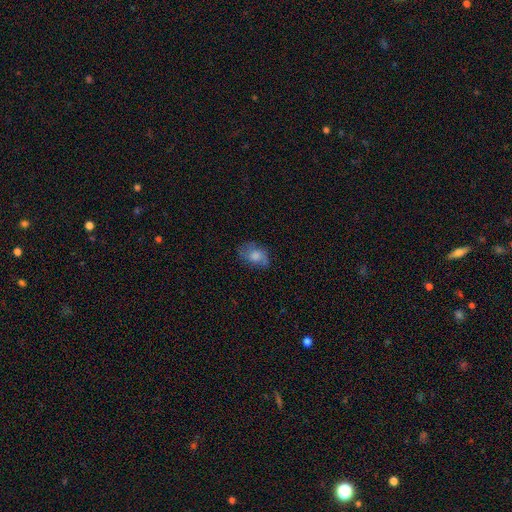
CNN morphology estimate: The model was most divided on "merging": none: 57%, minor disturbance: 27%, major disturbance: 14%, merger: 2%. More confident: how rounded — in between (75%); smooth or featured — smooth (65%).